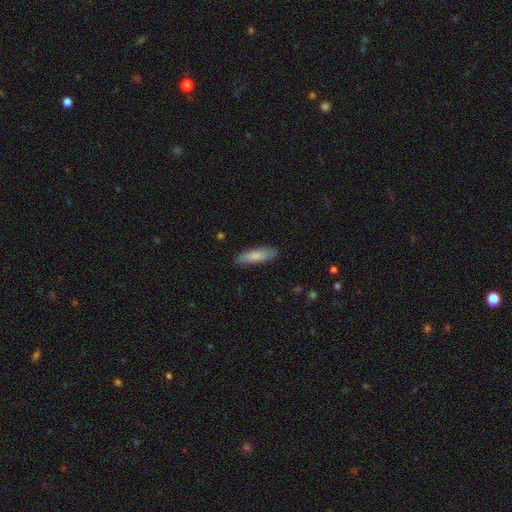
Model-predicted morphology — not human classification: Smooth or featured: smooth — 79% (featured or disk — 16%)
How rounded: in between — 49% (tied with cigar-shaped — 49%)
Merging: none — 86% (minor disturbance — 11%)